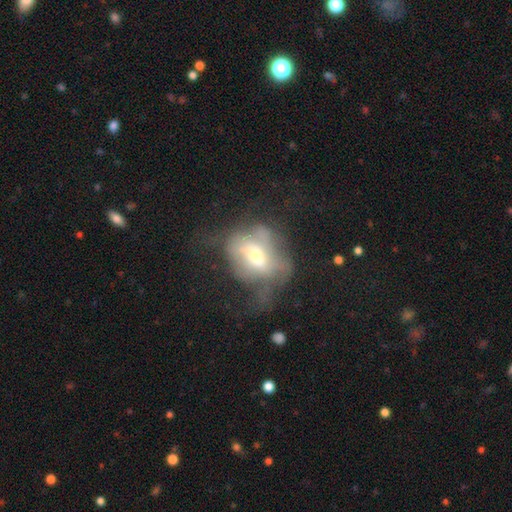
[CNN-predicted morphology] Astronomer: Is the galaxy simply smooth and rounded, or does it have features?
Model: featured or disk — 49% (runner-up: smooth, 37%).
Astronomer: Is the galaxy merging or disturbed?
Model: major disturbance — 41% (runner-up: none, 32%).